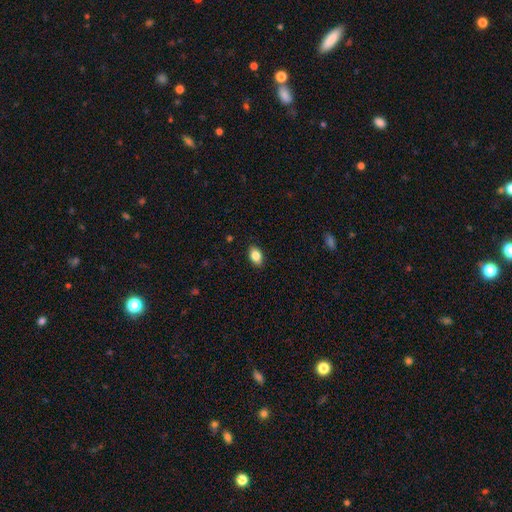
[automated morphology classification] A smooth galaxy with no disk features (84%) that is in between round and cigar-shaped (88%). Merging: none (89%).